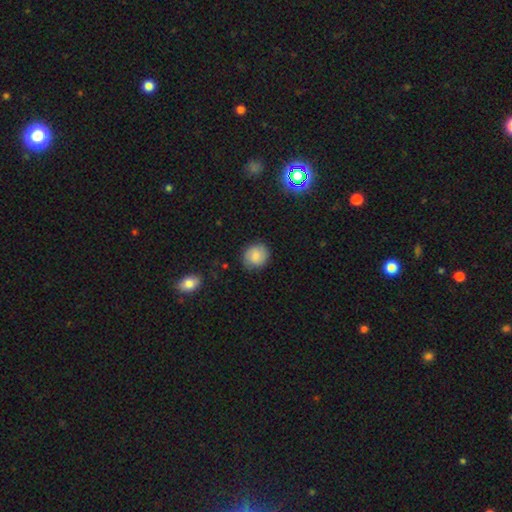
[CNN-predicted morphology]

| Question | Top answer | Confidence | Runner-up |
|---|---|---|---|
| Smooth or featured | smooth | 74% | featured or disk (18%) |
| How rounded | round | 79% | in between (20%) |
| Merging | none | 82% | minor disturbance (13%) |